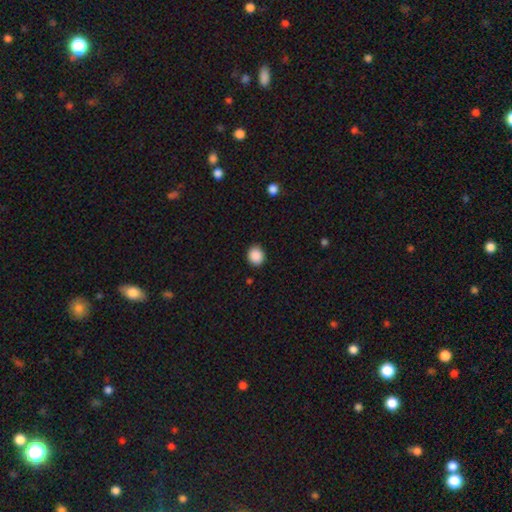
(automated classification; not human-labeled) A smooth galaxy with no disk features (89%) that is round (70%). Merging: none (89%).